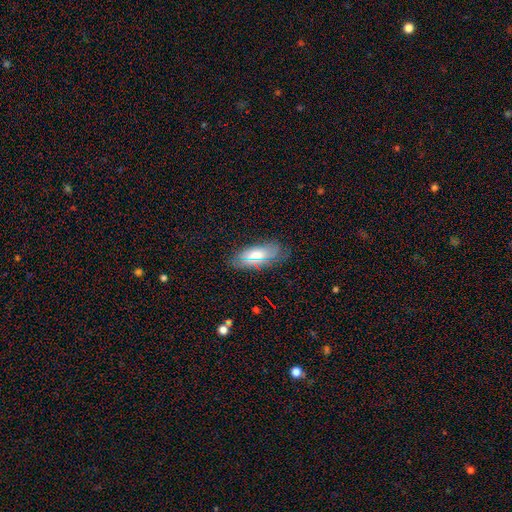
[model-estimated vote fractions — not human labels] smooth-or-featured: smooth: 68% | featured or disk: 23% | star or artifact: 9%
  how-rounded: in between: 80% | cigar-shaped: 18% | round: 3%
  merging: none: 77% | minor disturbance: 18% | major disturbance: 4% | merger: 1%